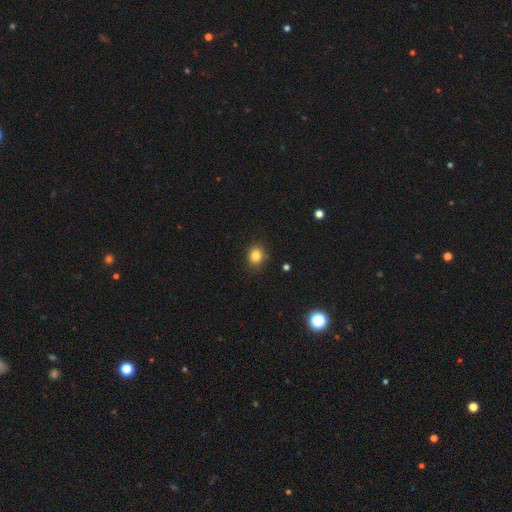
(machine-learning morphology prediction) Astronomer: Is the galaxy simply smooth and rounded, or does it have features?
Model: smooth — 83%.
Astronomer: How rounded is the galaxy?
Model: round — 73%.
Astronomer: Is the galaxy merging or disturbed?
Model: none — 86%.